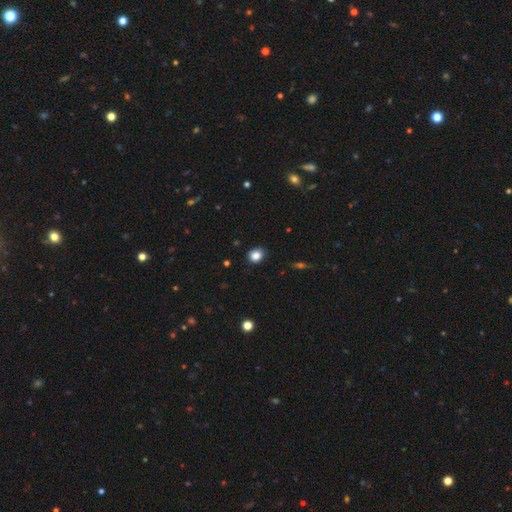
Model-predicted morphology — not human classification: This appears to be a smooth galaxy with no disk features (85%) that is round (67%). Merging: none (88%).